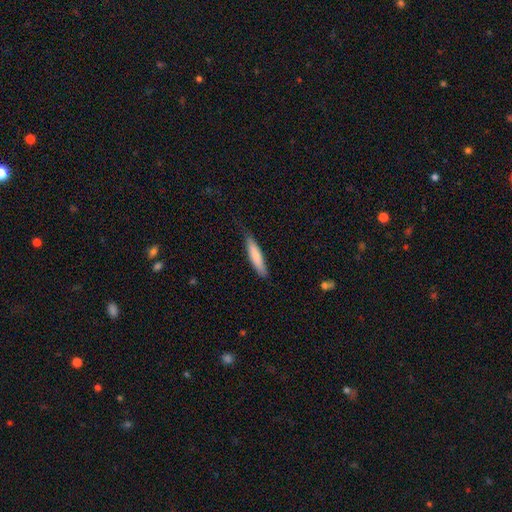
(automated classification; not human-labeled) Overall: smooth (80%). How rounded: cigar-shaped (81%). Merging: none (74%).